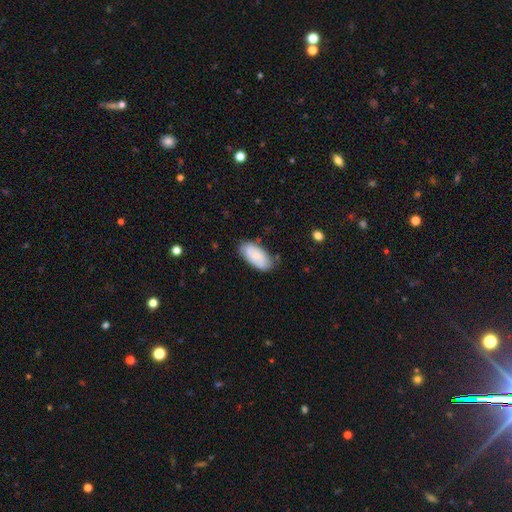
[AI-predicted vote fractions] Smooth or featured? smooth (75%)
How rounded? in between (93%)
Merging? none (71%)